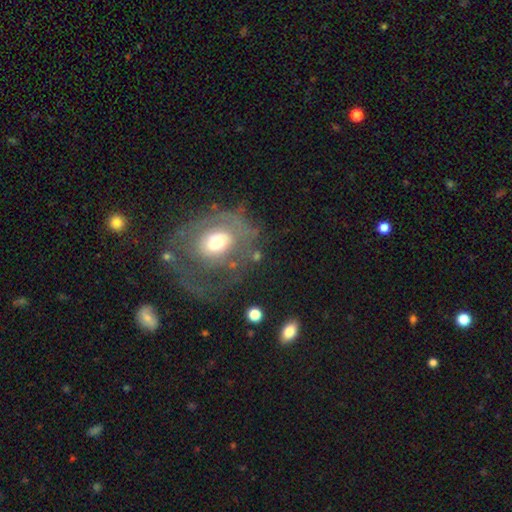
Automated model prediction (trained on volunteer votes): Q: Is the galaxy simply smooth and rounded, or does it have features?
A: featured or disk — 56%.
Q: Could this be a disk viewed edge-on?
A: no — 94%.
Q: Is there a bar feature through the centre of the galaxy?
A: no — 72%.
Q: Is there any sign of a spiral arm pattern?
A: no — 55%.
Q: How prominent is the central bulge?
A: moderate — 63%.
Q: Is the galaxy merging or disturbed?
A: none — 47%.